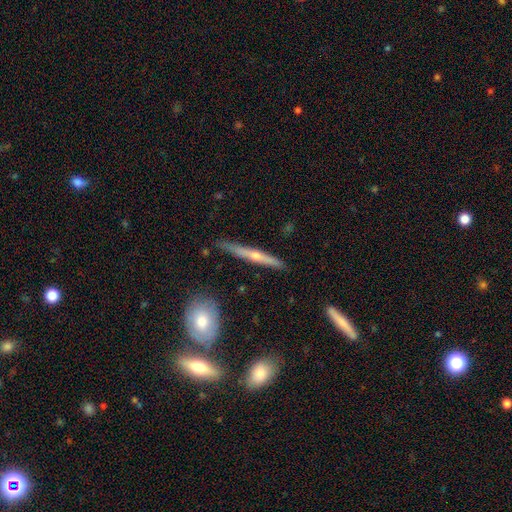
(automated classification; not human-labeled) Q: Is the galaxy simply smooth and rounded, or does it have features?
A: featured or disk — 64%.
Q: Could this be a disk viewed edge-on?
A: yes — 96%.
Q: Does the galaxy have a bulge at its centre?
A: rounded — 80%.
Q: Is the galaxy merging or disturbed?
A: none — 85%.